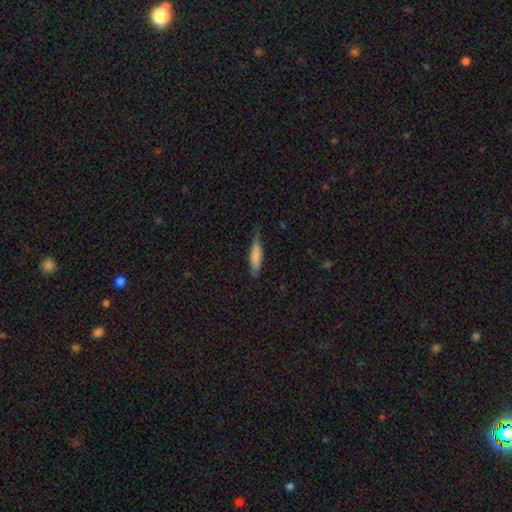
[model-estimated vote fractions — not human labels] smooth-or-featured: smooth: 80% | featured or disk: 14% | star or artifact: 6%
  how-rounded: cigar-shaped: 74% | in between: 24% | round: 2%
  merging: none: 70% | minor disturbance: 25% | major disturbance: 4% | merger: 1%